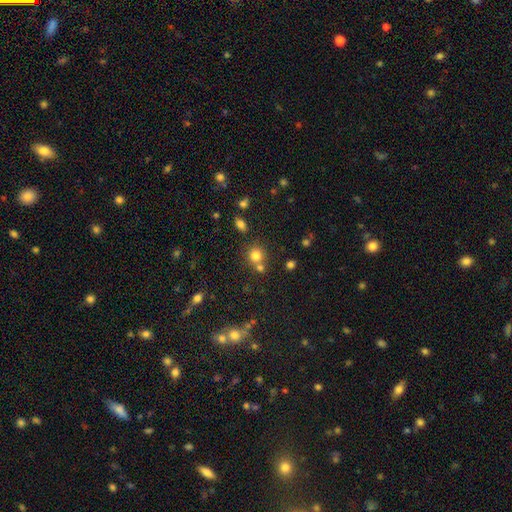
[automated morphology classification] A smooth galaxy with no disk features (77%) that is round (85%).

Vote fractions:
- Smooth or featured? smooth: 77% / star or artifact: 15% / featured or disk: 8%
- How rounded? round: 85% / in between: 14% / cigar-shaped: 1%
- Merging? none: 59% / merger: 29% / minor disturbance: 9% / major disturbance: 4%